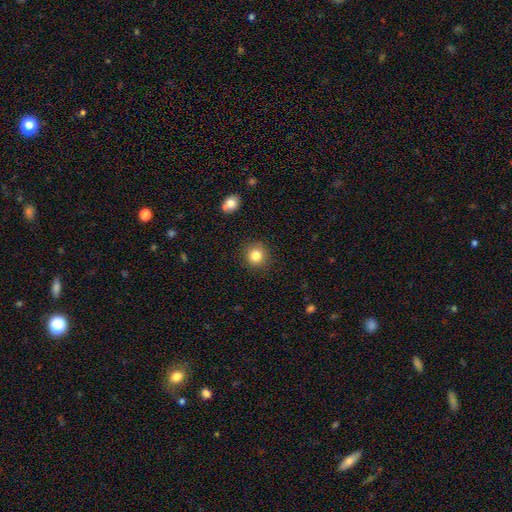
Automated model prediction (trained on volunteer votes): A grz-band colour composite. It shows a smooth galaxy with no disk features (83%) that is round (91%). Merging: none (89%).